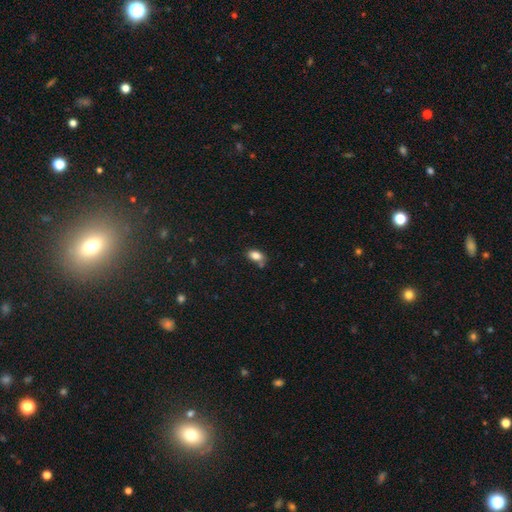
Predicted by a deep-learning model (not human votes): Smooth or featured: smooth — 84% (star or artifact — 9%)
How rounded: in between — 89% (round — 8%)
Merging: none — 62% (minor disturbance — 20%)